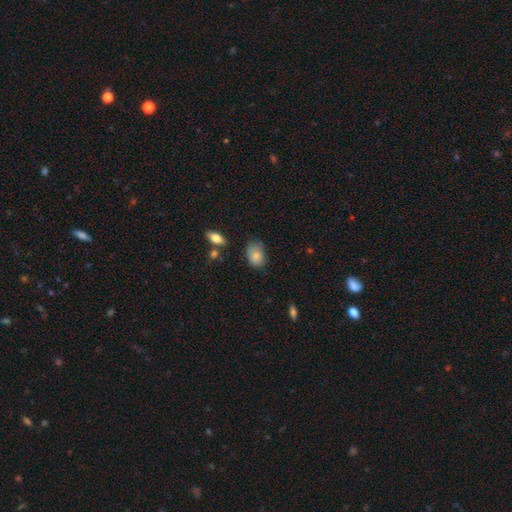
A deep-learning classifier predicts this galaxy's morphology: Overall: smooth (82%). How rounded: in between (79%). Merging: none (57%; minor disturbance 33%).